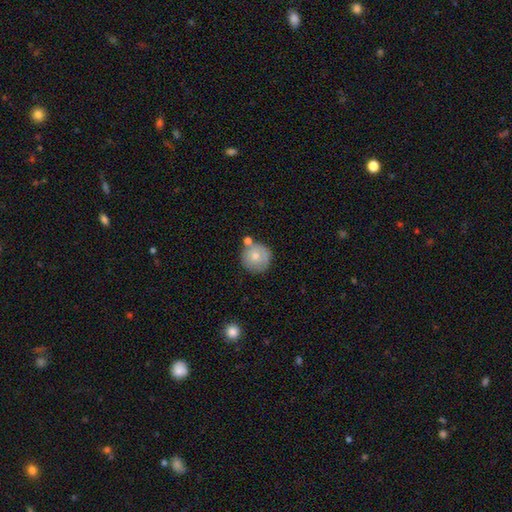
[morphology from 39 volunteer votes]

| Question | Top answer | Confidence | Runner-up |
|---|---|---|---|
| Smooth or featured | smooth | 74% | featured or disk (18%) |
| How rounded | round | 100% | — |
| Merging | none | 67% | minor disturbance (14%) |